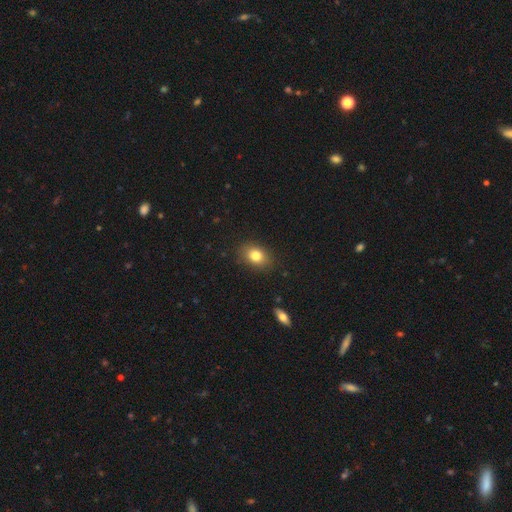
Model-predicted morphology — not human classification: Overall: smooth (82%). How rounded: in between (68%; round 31%). Merging: none (86%).